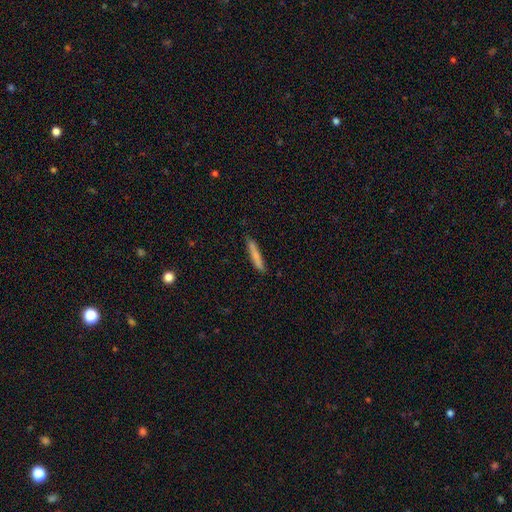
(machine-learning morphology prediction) The model was most divided on "smooth or featured": smooth: 76%, featured or disk: 18%, star or artifact: 6%. More confident: how rounded — cigar-shaped (94%); merging — none (86%).